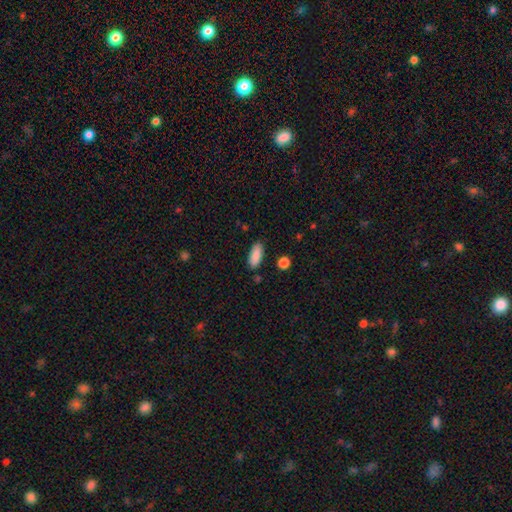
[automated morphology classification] smooth 89%, star or artifact 7%, featured or disk 4%. Down the decision tree: how rounded — in between (79%); merging — none (85%).